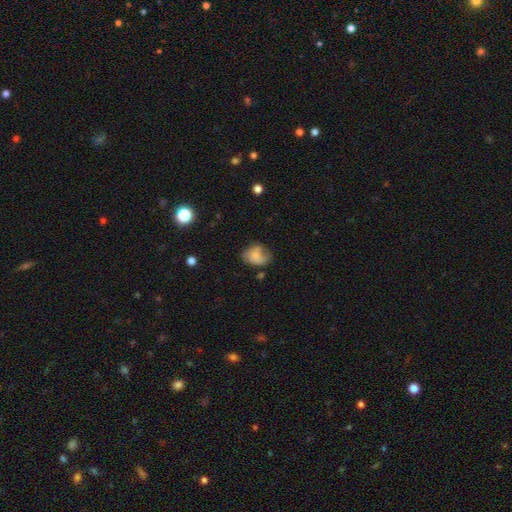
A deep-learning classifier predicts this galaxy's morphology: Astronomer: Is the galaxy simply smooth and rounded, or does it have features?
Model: smooth — 65%.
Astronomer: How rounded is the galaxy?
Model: in between — 59% (runner-up: round, 40%).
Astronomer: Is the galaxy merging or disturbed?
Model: none — 45% (runner-up: minor disturbance, 31%).